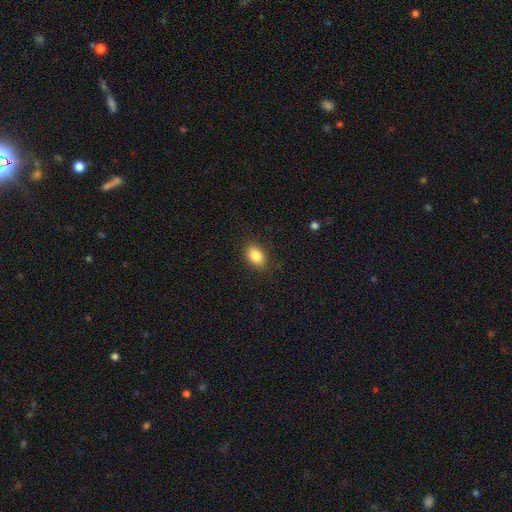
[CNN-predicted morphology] Smooth or featured? smooth (86%)
How rounded? in between (82%)
Merging? none (86%)